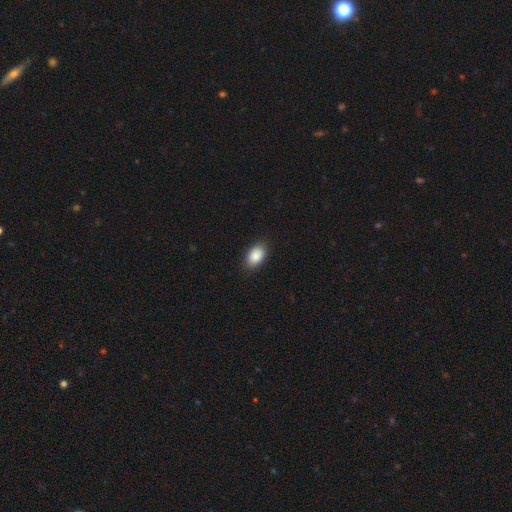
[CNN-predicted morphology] Smooth or featured: smooth — 89% (star or artifact — 7%)
How rounded: in between — 91% (round — 8%)
Merging: none — 86% (minor disturbance — 11%)